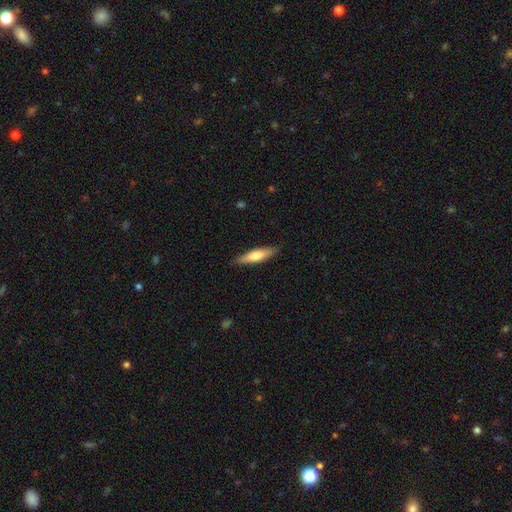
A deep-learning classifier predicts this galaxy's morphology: Smooth or featured?
  - smooth: 64% *
  - featured or disk: 31%
  - star or artifact: 5%
How rounded?
  - cigar-shaped: 75% *
  - in between: 23%
  - round: 2%
Merging?
  - none: 87% *
  - minor disturbance: 10%
  - major disturbance: 2%
  - merger: 1%